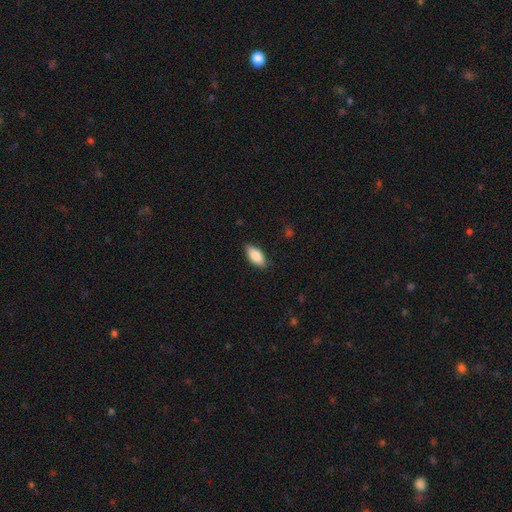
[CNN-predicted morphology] Overall: smooth (83%). How rounded: in between (86%). Merging: none (86%).